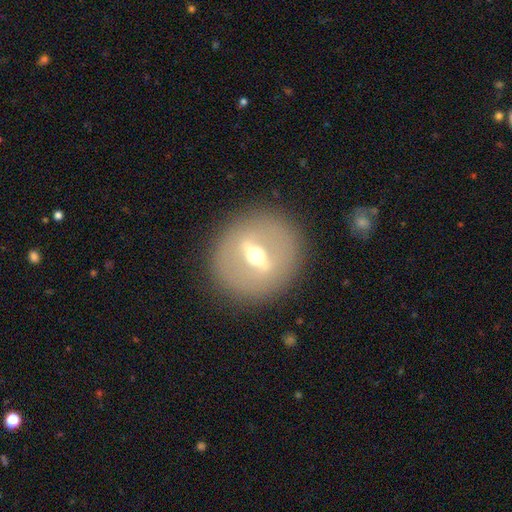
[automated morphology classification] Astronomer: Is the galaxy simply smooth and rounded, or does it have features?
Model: featured or disk — 73%.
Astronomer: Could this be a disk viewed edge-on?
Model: no — 61% (runner-up: yes, 39%).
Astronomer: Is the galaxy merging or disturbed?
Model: none — 87%.